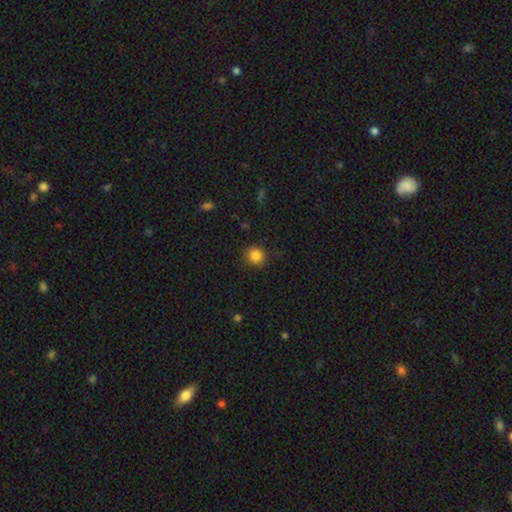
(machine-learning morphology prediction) This is clearly a smooth galaxy (85%). How rounded: clearly round (89%). Merging: clearly none (87%).